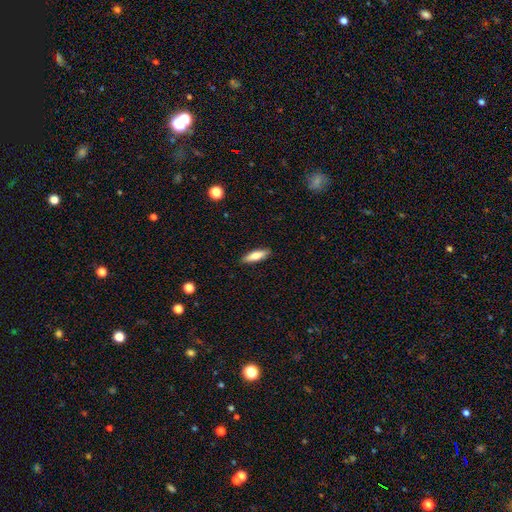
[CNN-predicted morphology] A smooth galaxy with no disk features (76%) that is cigar-shaped (60%). Merging: none (88%).